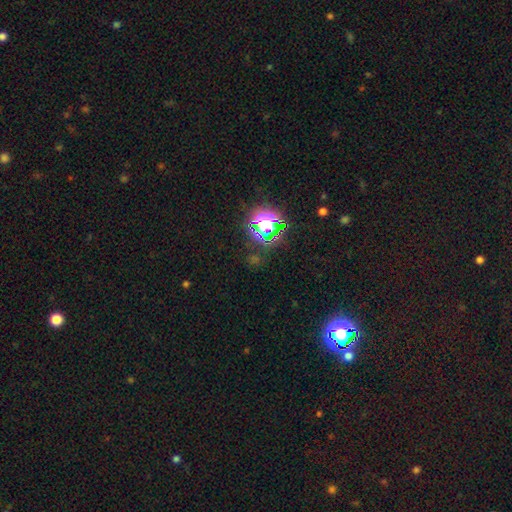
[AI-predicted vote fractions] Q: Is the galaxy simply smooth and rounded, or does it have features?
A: star or artifact — 78%.